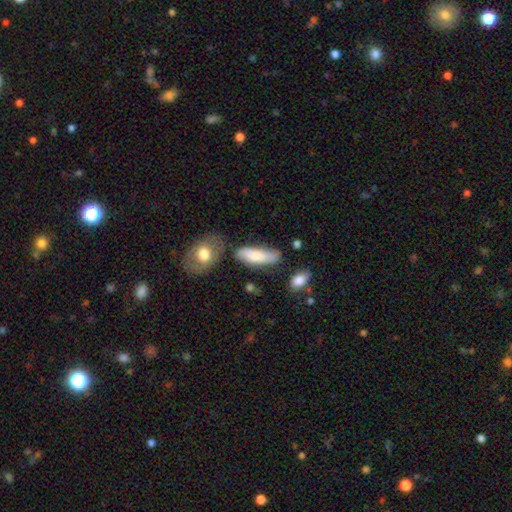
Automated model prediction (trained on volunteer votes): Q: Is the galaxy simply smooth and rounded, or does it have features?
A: smooth — 72%.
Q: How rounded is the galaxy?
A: in between — 63%.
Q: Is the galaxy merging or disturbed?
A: none — 60%.